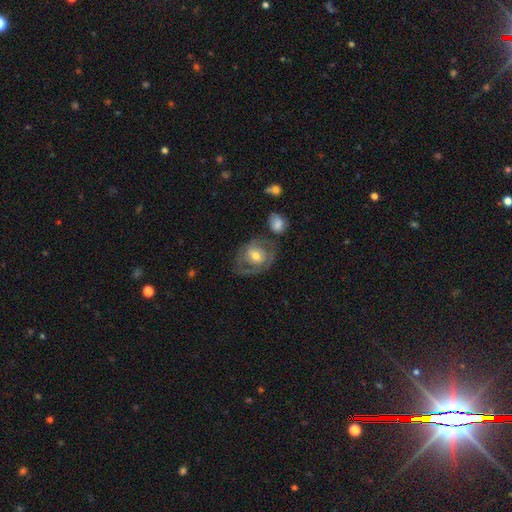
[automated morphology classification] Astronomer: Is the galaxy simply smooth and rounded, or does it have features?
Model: featured or disk — 58% (runner-up: smooth, 36%).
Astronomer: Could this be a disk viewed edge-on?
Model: no — 95%.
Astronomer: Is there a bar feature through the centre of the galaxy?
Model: no — 54% (runner-up: weak, 34%).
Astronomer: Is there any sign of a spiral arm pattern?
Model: yes — 52% (runner-up: no, 48%).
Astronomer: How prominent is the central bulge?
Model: moderate — 63%.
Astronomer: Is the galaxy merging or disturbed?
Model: none — 55%.